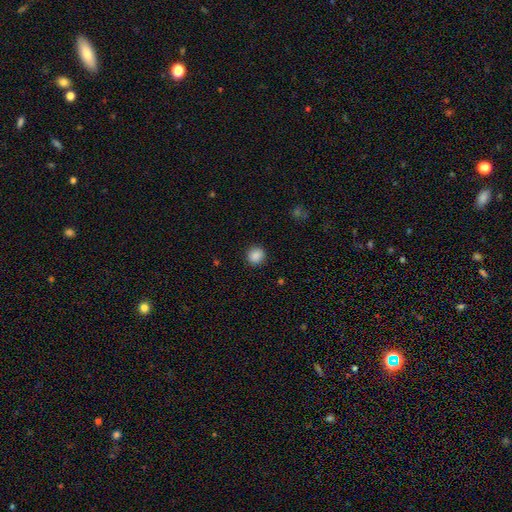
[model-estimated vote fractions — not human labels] Overall: smooth (88%). How rounded: round (87%). Merging: none (90%).